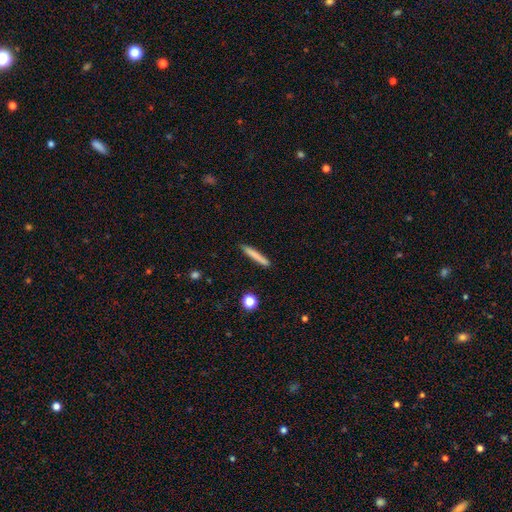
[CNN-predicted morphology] Smooth or featured: smooth — 78% (featured or disk — 16%)
How rounded: cigar-shaped — 95% (in between — 3%)
Merging: none — 89% (minor disturbance — 8%)